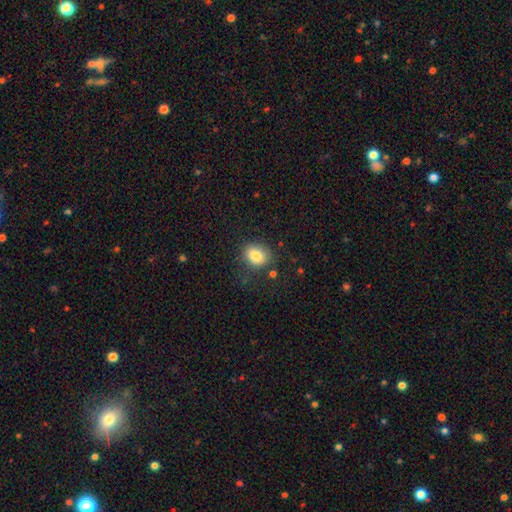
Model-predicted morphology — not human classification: The model was most divided on "how rounded": in between: 51%, round: 49%, cigar-shaped: 1%. More confident: smooth or featured — smooth (82%); merging — none (79%).